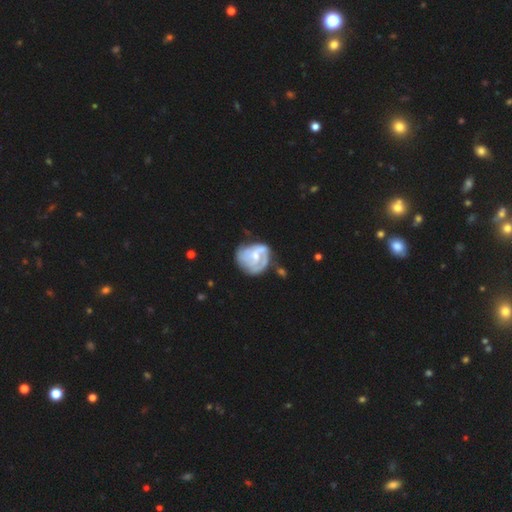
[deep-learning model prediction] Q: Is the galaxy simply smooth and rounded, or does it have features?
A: featured or disk — 75%.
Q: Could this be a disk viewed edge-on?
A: no — 98%.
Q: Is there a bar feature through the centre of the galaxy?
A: no — 61%.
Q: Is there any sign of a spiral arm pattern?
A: yes — 85%.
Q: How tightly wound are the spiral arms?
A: tight — 52%.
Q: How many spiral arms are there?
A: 2 — 32%.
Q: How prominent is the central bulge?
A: small — 54%.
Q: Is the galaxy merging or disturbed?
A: none — 47%.